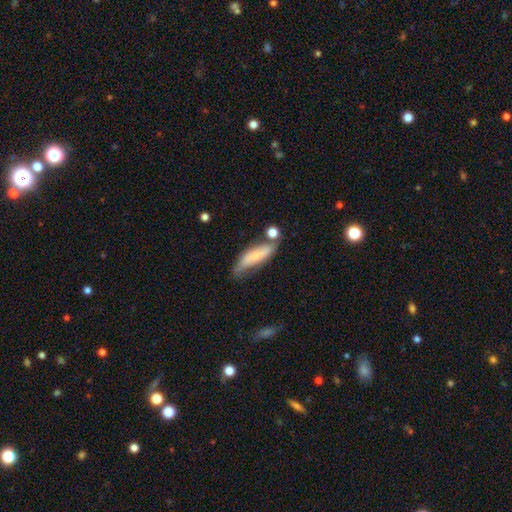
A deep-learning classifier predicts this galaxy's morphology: Smooth or featured?
  - smooth: 55% *
  - featured or disk: 38%
  - star or artifact: 7%
How rounded?
  - in between: 51% *
  - cigar-shaped: 46%
  - round: 3%
Merging?
  - none: 49% *
  - minor disturbance: 28%
  - merger: 13%
  - major disturbance: 10%